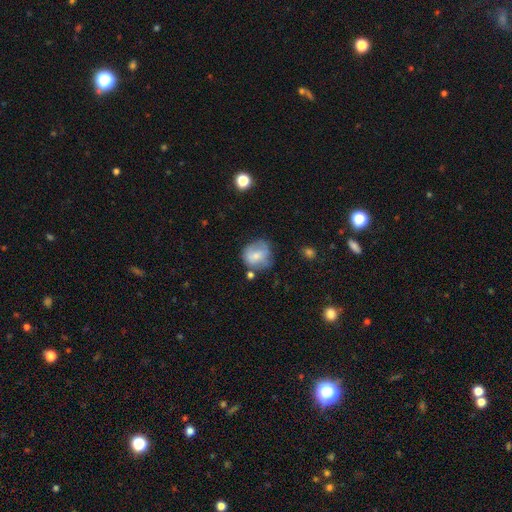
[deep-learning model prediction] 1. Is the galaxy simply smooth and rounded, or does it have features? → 61% smooth, 30% featured or disk, 8% star or artifact.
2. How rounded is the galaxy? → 73% round, 26% in between, 1% cigar-shaped.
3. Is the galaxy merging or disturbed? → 49% none, 29% minor disturbance, 14% major disturbance, 7% merger.